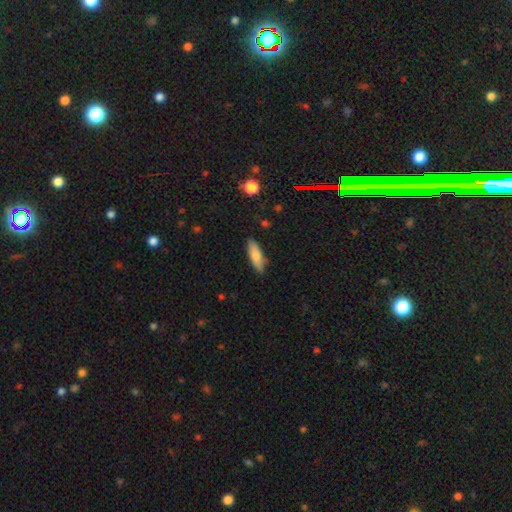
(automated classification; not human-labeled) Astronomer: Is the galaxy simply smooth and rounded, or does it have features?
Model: smooth — 76%.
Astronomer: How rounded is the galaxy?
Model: in between — 49%, tied with cigar-shaped at 49%.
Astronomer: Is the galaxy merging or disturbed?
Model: none — 84%.